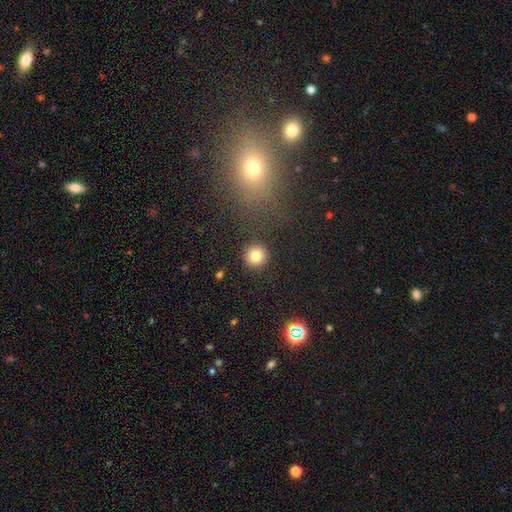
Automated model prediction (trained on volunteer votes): Overall: smooth (83%). How rounded: round (94%). Merging: none (90%).